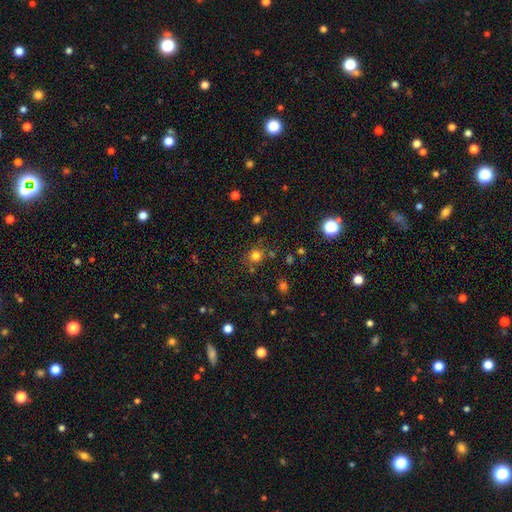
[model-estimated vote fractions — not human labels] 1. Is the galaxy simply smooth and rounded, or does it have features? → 76% smooth, 17% star or artifact, 6% featured or disk.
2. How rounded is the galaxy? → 79% round, 20% in between, 1% cigar-shaped.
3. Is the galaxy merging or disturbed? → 74% none, 14% minor disturbance, 7% merger, 5% major disturbance.